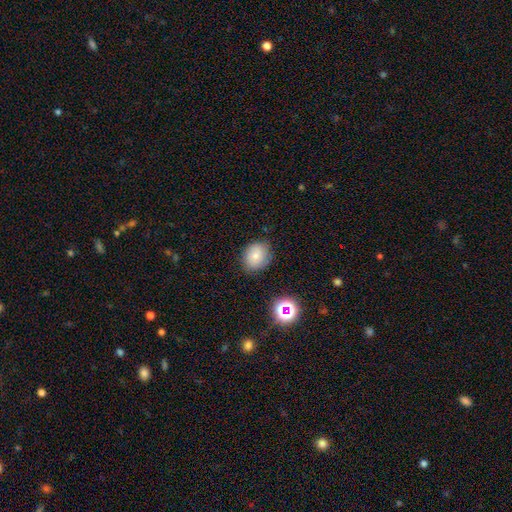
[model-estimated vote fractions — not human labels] Morphology: type=smooth (75%); roundness=round (53%); merging=none (77%).